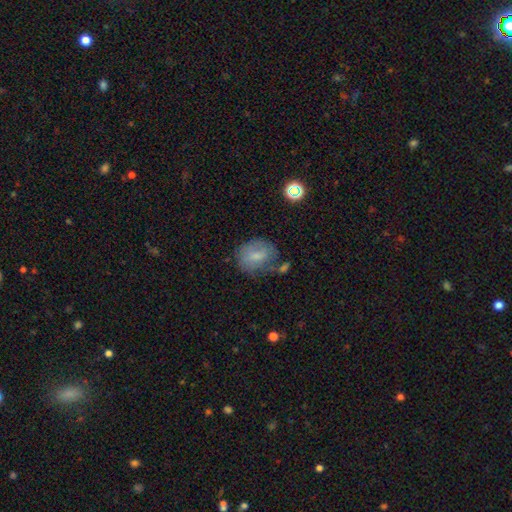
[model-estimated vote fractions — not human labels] This is likely a smooth galaxy (65%). How rounded: possibly in between (56%). Merging: possibly none (55%).